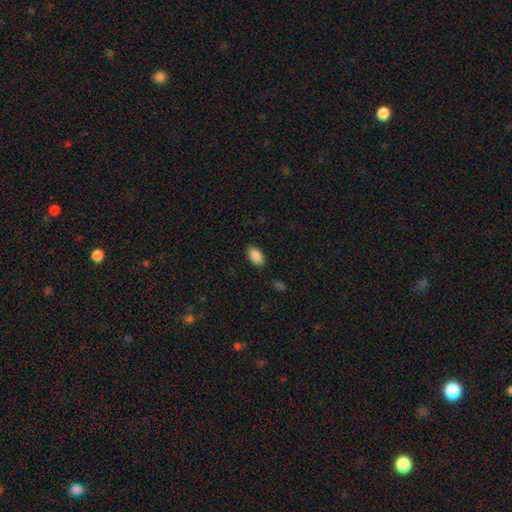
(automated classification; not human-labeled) Overall: smooth (88%). How rounded: in between (93%). Merging: none (86%).